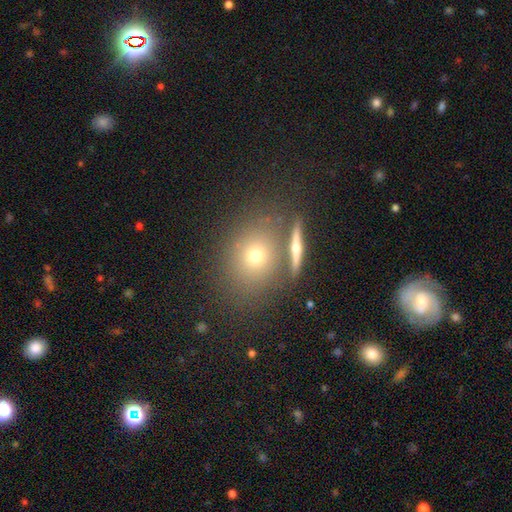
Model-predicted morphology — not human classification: Q: Smooth or featured?
A: smooth (63%); runner-up: featured or disk (20%)
Q: How rounded?
A: round (64%); runner-up: in between (33%)
Q: Merging?
A: none (70%); runner-up: merger (14%)